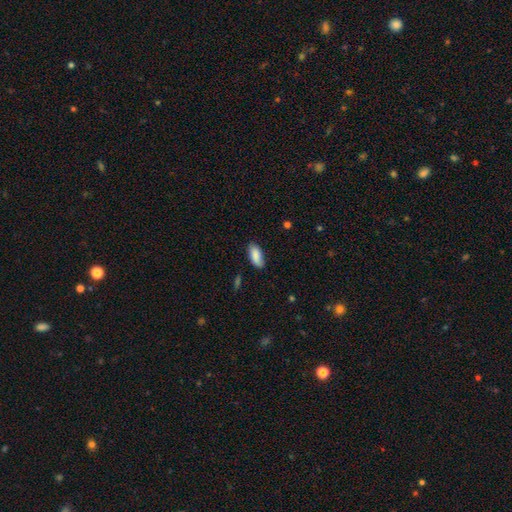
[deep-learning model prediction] Overall: smooth (87%). How rounded: in between (89%). Merging: none (79%).